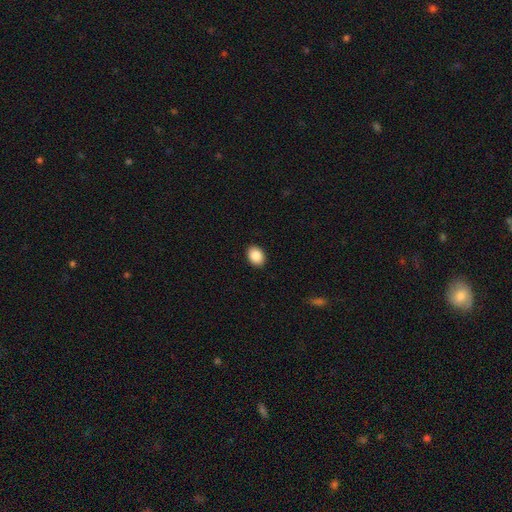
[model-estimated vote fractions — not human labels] smooth 88%, star or artifact 8%, featured or disk 4%. Down the decision tree: how rounded — in between (69%); merging — none (90%).